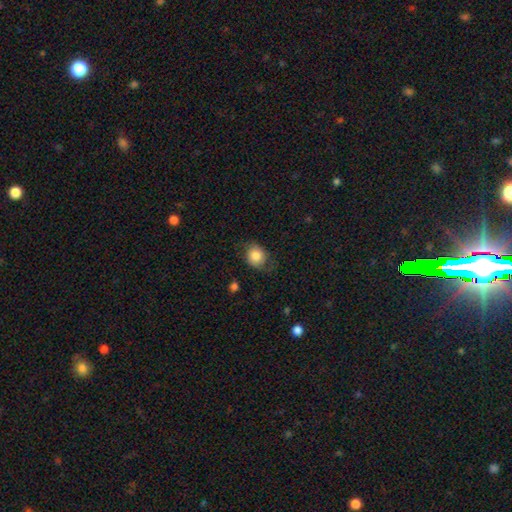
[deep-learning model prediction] smooth-or-featured: smooth: 78% | featured or disk: 14% | star or artifact: 8%
  how-rounded: round: 59% | in between: 40% | cigar-shaped: 1%
  merging: none: 63% | minor disturbance: 26% | major disturbance: 10% | merger: 1%